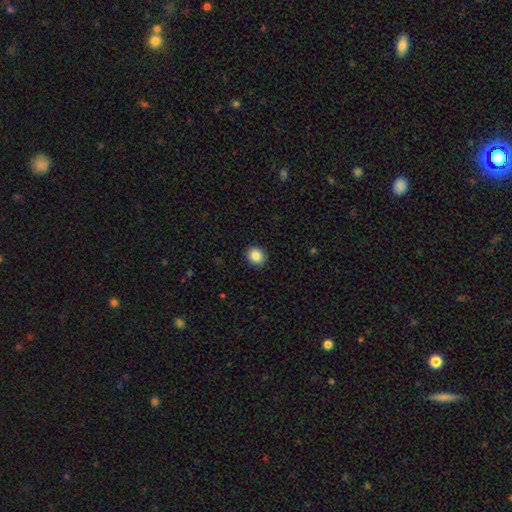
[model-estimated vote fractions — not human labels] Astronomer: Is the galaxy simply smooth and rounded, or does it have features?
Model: smooth — 84%.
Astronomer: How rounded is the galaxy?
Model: round — 73%.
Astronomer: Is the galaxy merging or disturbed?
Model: none — 92%.